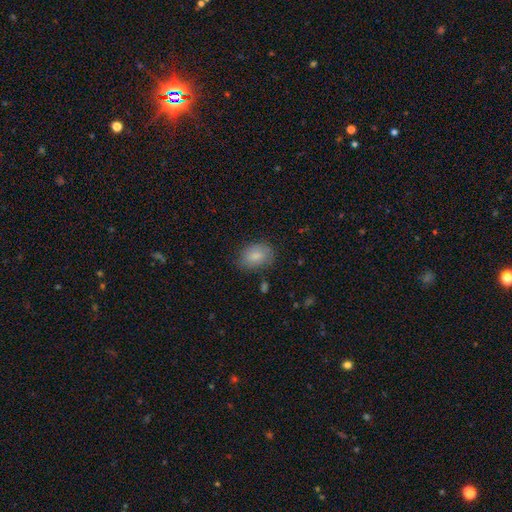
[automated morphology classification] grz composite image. It shows a smooth galaxy with no disk features (83%) that is in between round and cigar-shaped (80%). Merging: none (76%).